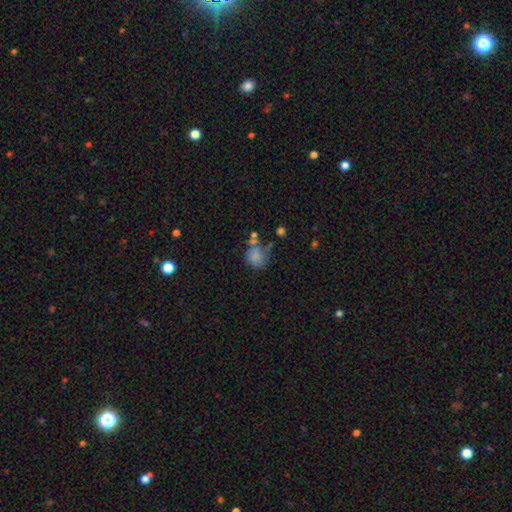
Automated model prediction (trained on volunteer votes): Smooth or featured: smooth — 74% (featured or disk — 14%)
How rounded: round — 62% (in between — 37%)
Merging: none — 40% (minor disturbance — 26%)